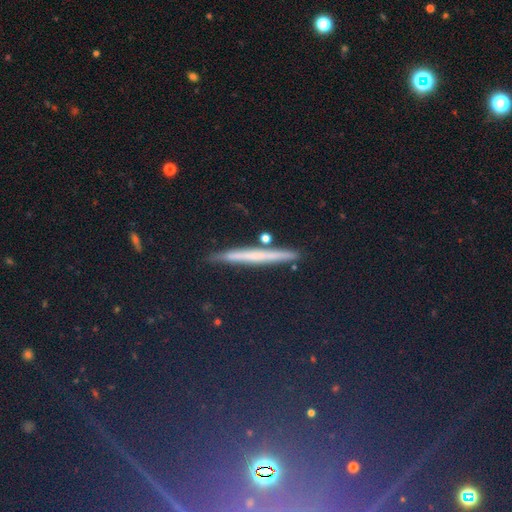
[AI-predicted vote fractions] Smooth or featured? Predicted: smooth (p=0.39). Merging? Predicted: none (p=0.86).